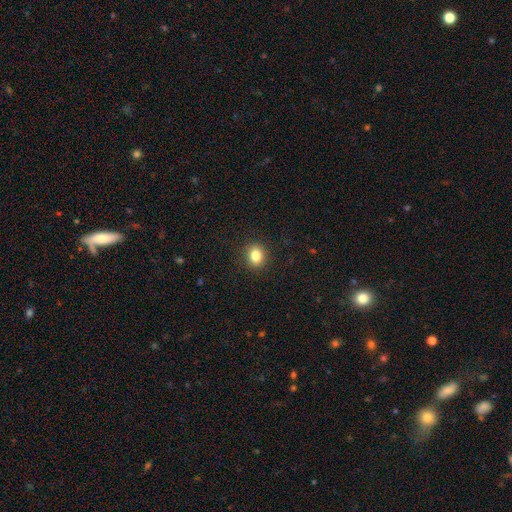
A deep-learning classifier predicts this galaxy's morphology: smooth_or_featured: smooth (p=0.83) [alt: star or artifact p=0.11]
how_rounded: round (p=0.61) [alt: in between p=0.38]
merging: none (p=0.90) [alt: minor disturbance p=0.07]